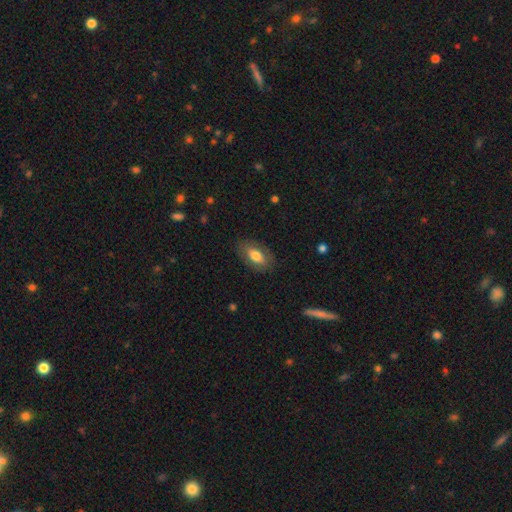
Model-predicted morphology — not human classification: This is likely a smooth galaxy (72%). How rounded: clearly in between (90%). Merging: clearly none (83%).